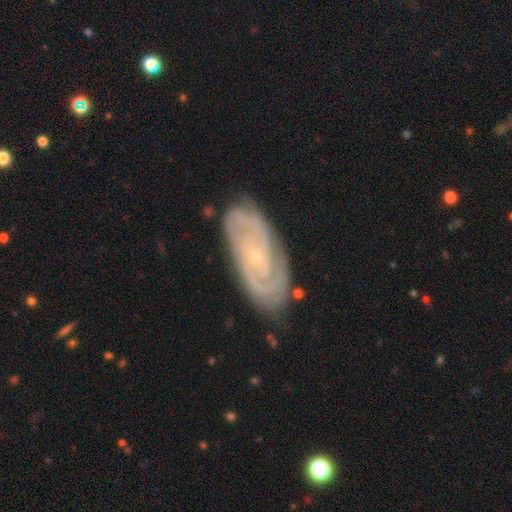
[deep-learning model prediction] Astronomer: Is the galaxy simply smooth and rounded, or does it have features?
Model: featured or disk — 85%.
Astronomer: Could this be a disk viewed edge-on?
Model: no — 94%.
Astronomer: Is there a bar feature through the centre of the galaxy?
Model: no — 68%.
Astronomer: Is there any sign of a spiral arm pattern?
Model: yes — 96%.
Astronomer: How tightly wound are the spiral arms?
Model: tight — 71%.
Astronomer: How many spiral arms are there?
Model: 2 — 35% (runner-up: can't tell, 27%).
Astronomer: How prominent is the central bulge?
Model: small — 84%.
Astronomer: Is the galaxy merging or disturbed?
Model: none — 82%.